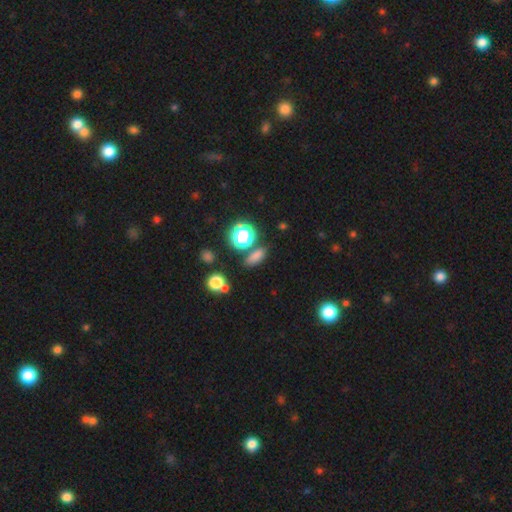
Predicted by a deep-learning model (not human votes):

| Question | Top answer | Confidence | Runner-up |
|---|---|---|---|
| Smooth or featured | smooth | 69% | star or artifact (23%) |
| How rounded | in between | 59% | round (25%) |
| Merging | none | 77% | minor disturbance (11%) |